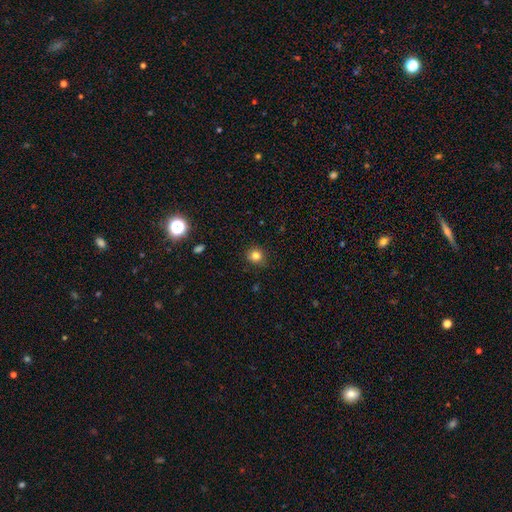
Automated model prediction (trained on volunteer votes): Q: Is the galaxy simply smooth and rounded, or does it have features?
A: smooth — 81%.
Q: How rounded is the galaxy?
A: round — 84%.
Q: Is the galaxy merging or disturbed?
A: none — 87%.